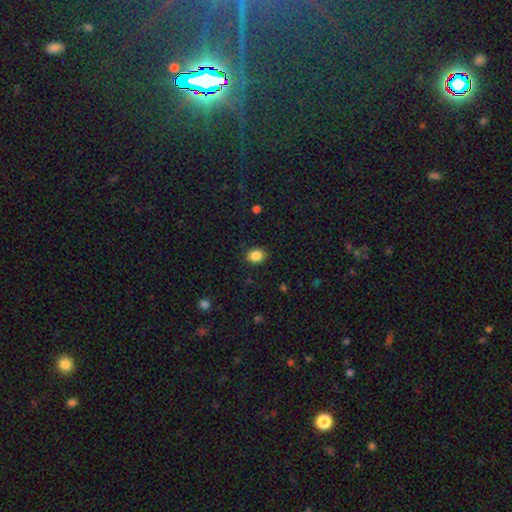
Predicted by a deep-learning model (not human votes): smooth-or-featured: smooth: 85% | star or artifact: 10% | featured or disk: 5%
  how-rounded: round: 50% | in between: 49% | cigar-shaped: 1%
  merging: none: 87% | minor disturbance: 10% | major disturbance: 2% | merger: 1%